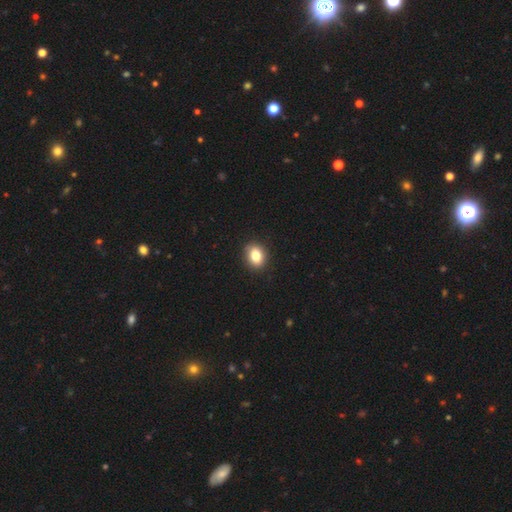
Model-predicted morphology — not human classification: type=smooth (82%); roundness=in between (64%); merging=none (90%).